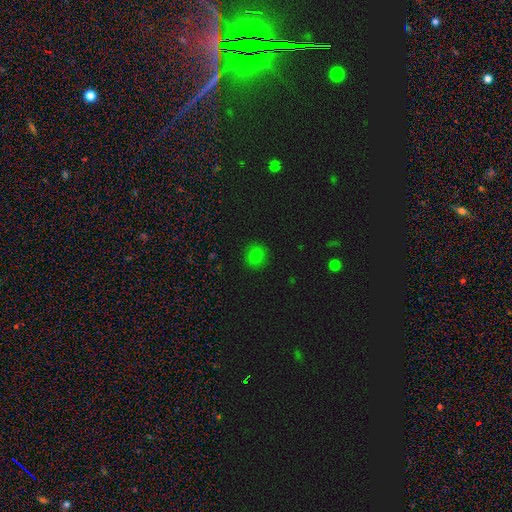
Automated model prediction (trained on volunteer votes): Overall: smooth (78%). How rounded: round (82%). Merging: none (88%).